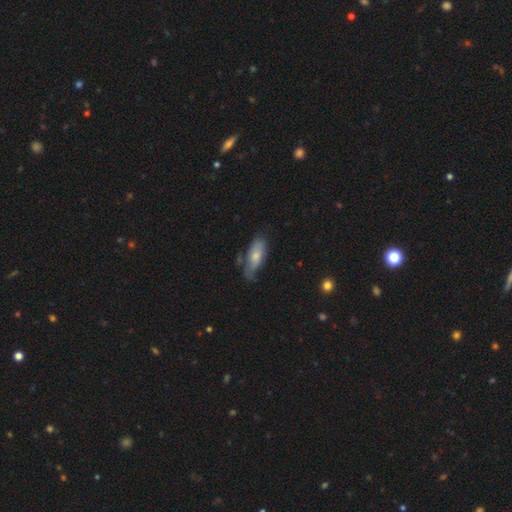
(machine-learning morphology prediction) The model was most divided on "merging": none: 53%, minor disturbance: 33%, major disturbance: 11%, merger: 4%. More confident: how rounded — in between (76%); smooth or featured — smooth (64%).